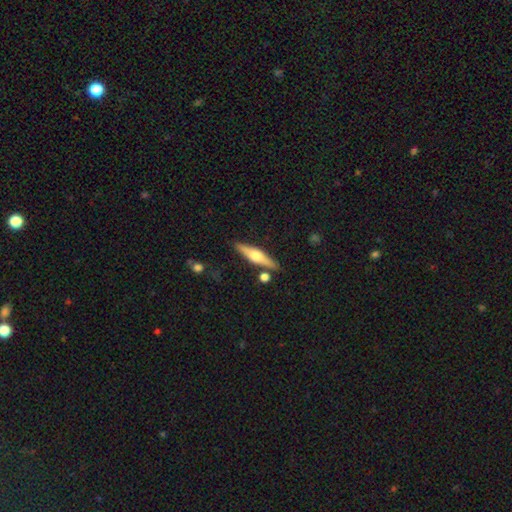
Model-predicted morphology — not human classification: Smooth or featured? featured or disk (63%)
Edge-on disk? yes (96%)
Edge-on bulge? rounded (90%)
Merging? none (83%)